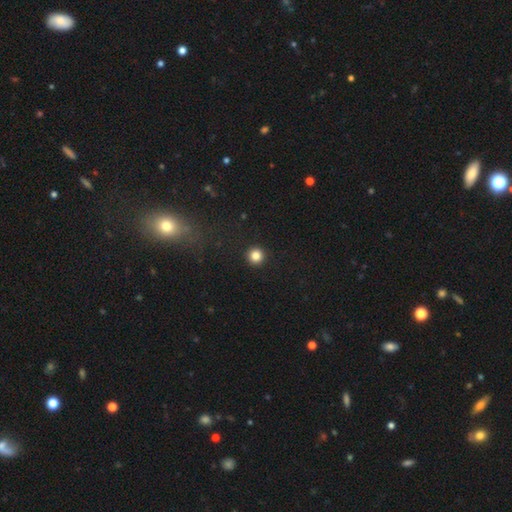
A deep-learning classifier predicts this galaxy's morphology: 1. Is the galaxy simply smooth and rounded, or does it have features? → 83% smooth, 12% star or artifact, 5% featured or disk.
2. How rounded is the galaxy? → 96% round, 3% in between, 1% cigar-shaped.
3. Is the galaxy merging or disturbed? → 93% none, 4% minor disturbance, 2% major disturbance, 1% merger.